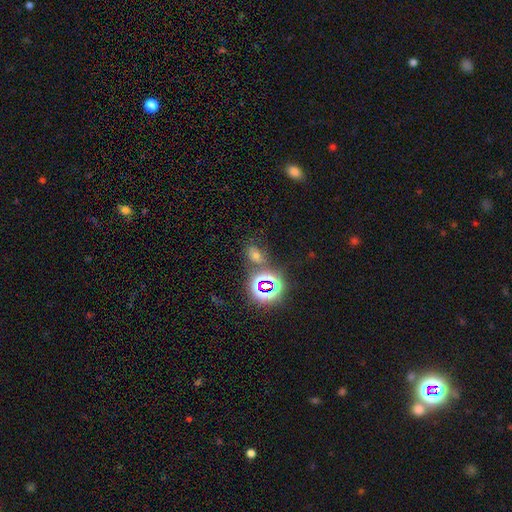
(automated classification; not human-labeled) Overall: star or artifact (48%; smooth 42%).